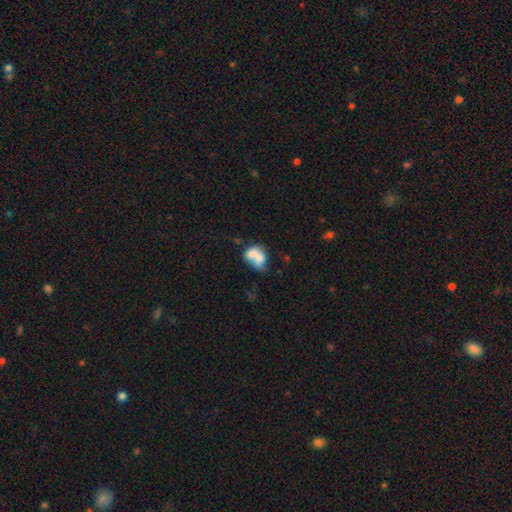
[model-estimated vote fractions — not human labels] Q: Smooth or featured?
A: smooth (65%); runner-up: featured or disk (26%)
Q: How rounded?
A: in between (67%); runner-up: round (32%)
Q: Merging?
A: merger (67%); runner-up: none (16%)